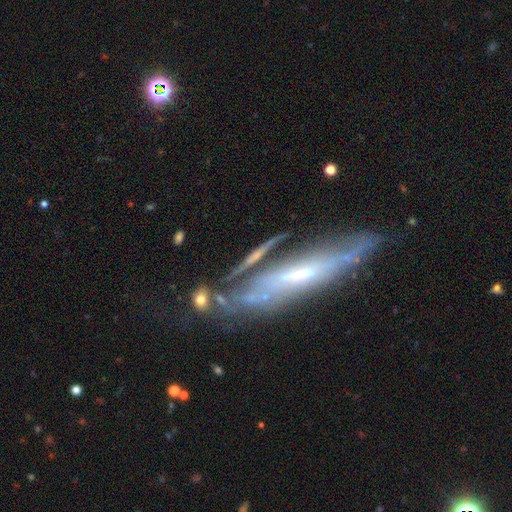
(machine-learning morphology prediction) Smooth or featured?
  - featured or disk: 60% *
  - smooth: 29%
  - star or artifact: 11%
Edge-on disk?
  - yes: 61% *
  - no: 39%
Merging?
  - none: 55% *
  - minor disturbance: 20%
  - major disturbance: 13%
  - merger: 12%